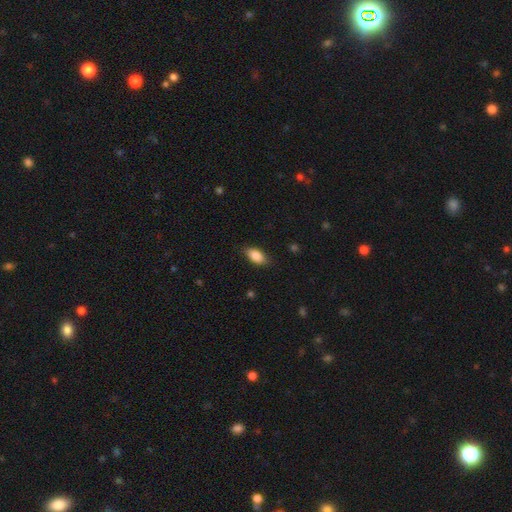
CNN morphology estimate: This appears to be a smooth galaxy with no disk features (86%) that is in between round and cigar-shaped (91%). Merging: none (83%).